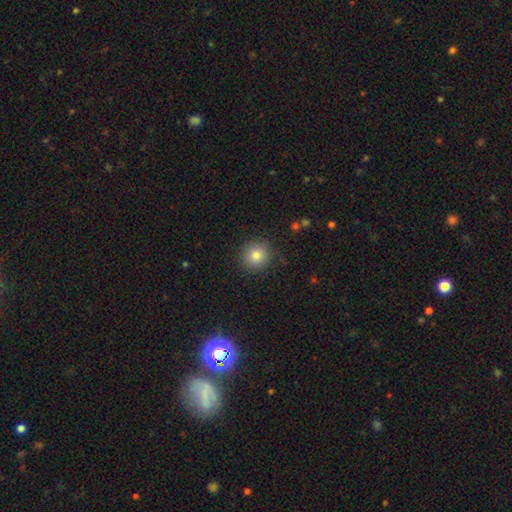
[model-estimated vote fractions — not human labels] Q: Smooth or featured?
A: smooth (83%); runner-up: star or artifact (10%)
Q: How rounded?
A: round (91%); runner-up: in between (8%)
Q: Merging?
A: none (89%); runner-up: minor disturbance (8%)